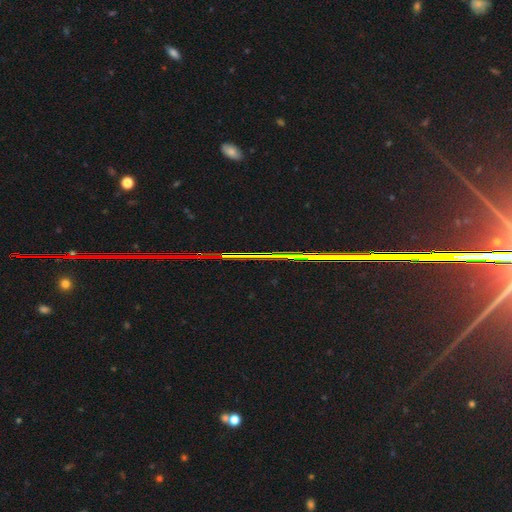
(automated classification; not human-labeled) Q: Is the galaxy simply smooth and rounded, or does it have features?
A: star or artifact — 87%.